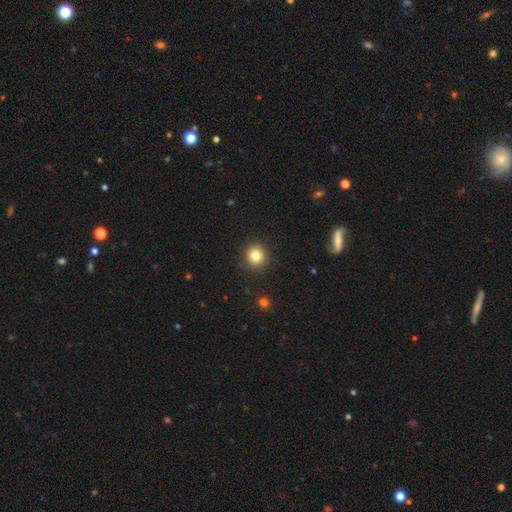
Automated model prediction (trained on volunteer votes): This appears to be a smooth galaxy with no disk features (81%) that is round (92%). Merging: none (91%).